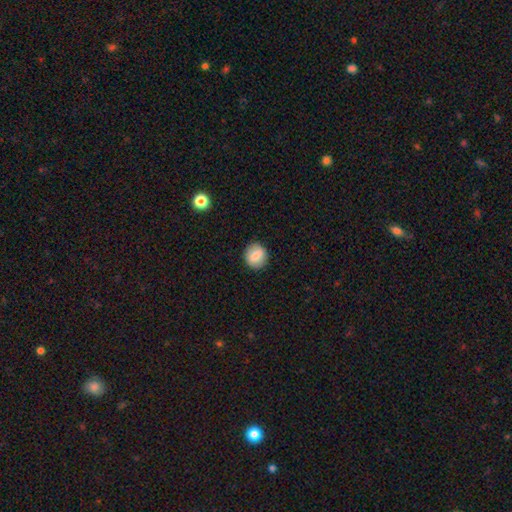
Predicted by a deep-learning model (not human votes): This is likely a smooth galaxy (79%). How rounded: clearly round (85%). Merging: clearly none (89%).